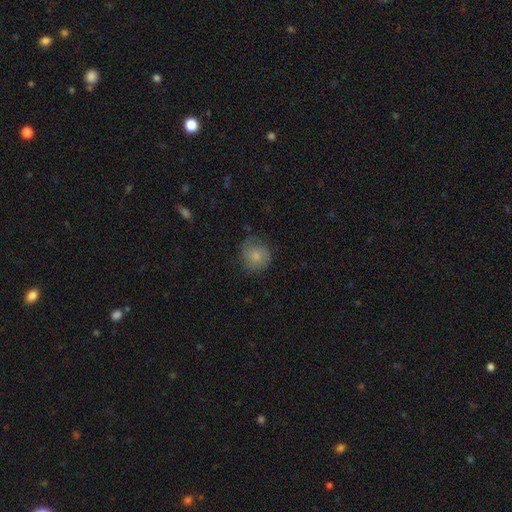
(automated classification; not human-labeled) A smooth galaxy with no disk features (76%) that is round (86%). Merging: none (67%).